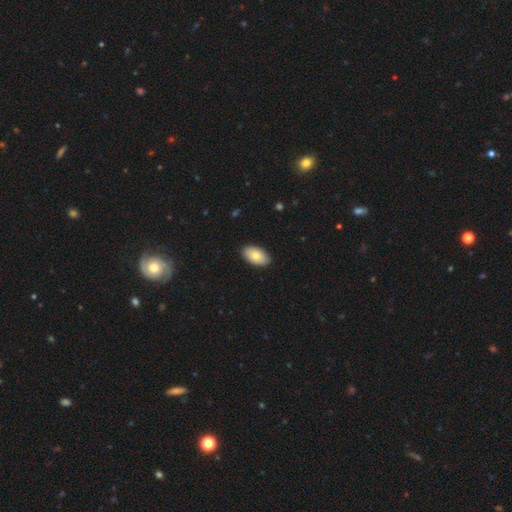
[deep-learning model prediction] Q: Smooth or featured?
A: smooth (79%); runner-up: featured or disk (15%)
Q: How rounded?
A: in between (95%); runner-up: round (3%)
Q: Merging?
A: none (89%); runner-up: minor disturbance (9%)